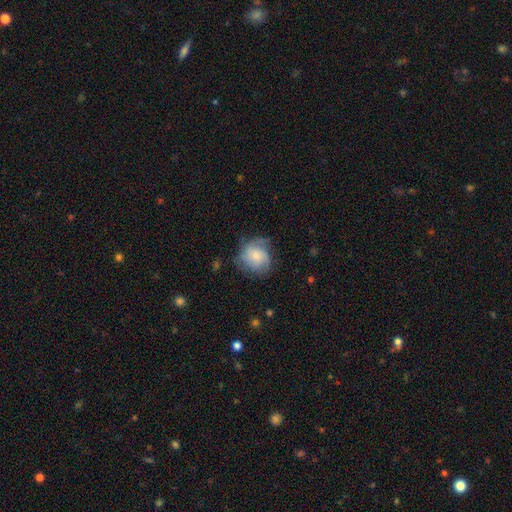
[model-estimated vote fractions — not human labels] This is possibly a smooth galaxy (50%). How rounded: likely round (77%). Merging: possibly none (57%).